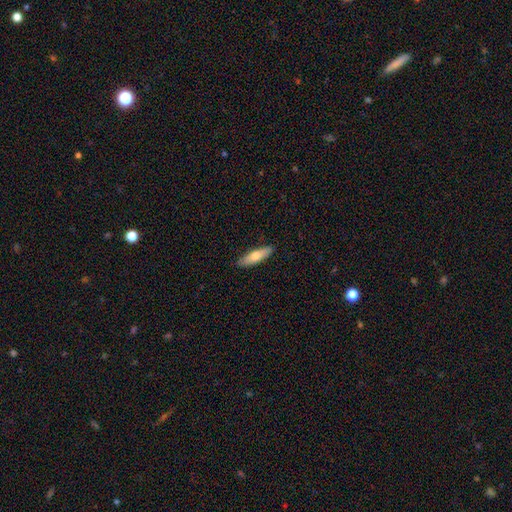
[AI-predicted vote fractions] smooth 67%, featured or disk 28%, star or artifact 6%. Down the decision tree: how rounded — cigar-shaped (60%); merging — none (87%).